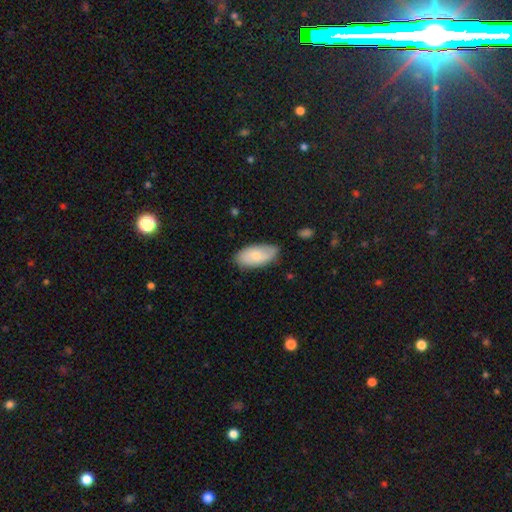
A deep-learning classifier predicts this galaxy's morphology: smooth_or_featured: smooth (p=0.72) [alt: featured or disk p=0.22]
how_rounded: in between (p=0.94) [alt: cigar-shaped p=0.04]
merging: none (p=0.77) [alt: minor disturbance p=0.18]